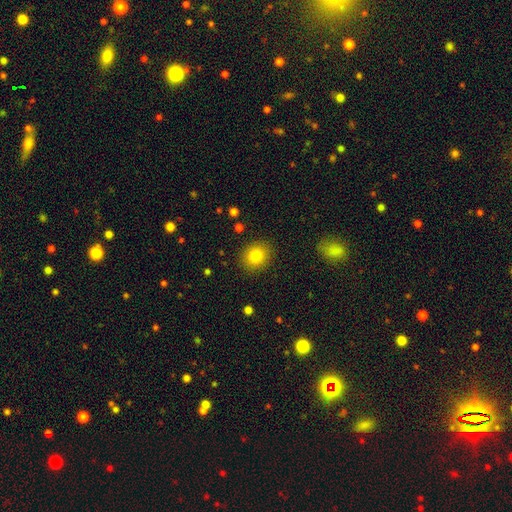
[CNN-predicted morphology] A smooth galaxy with no disk features (81%) that is round (69%). Merging: none (89%).